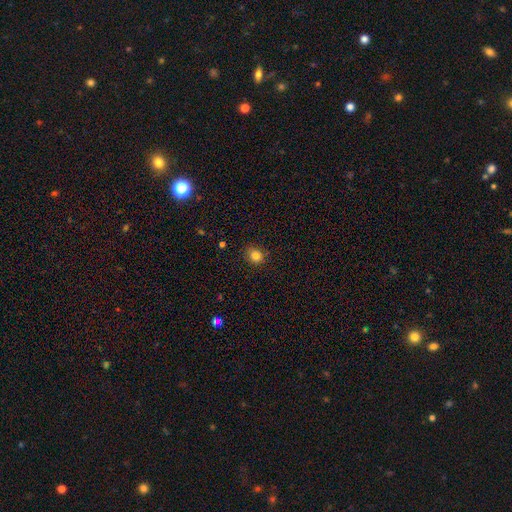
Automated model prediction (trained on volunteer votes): smooth_or_featured: smooth (p=0.82) [alt: star or artifact p=0.12]
how_rounded: round (p=0.76) [alt: in between p=0.23]
merging: none (p=0.87) [alt: minor disturbance p=0.10]